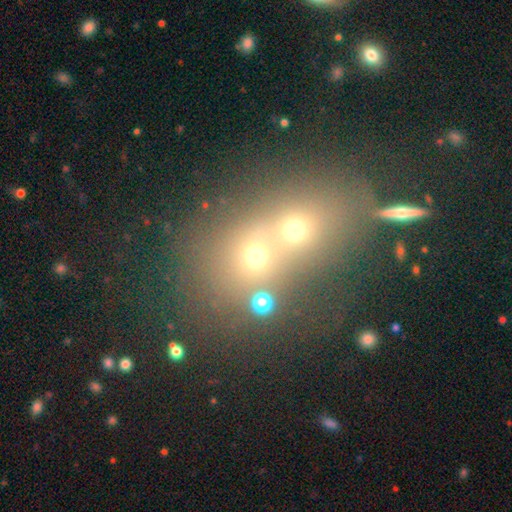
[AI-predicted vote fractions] A smooth galaxy with no disk features (59%) that is round (61%).

Vote fractions:
- Smooth or featured? smooth: 59% / star or artifact: 23% / featured or disk: 18%
- How rounded? round: 61% / in between: 37% / cigar-shaped: 3%
- Merging? merger: 63% / none: 28% / minor disturbance: 5% / major disturbance: 4%